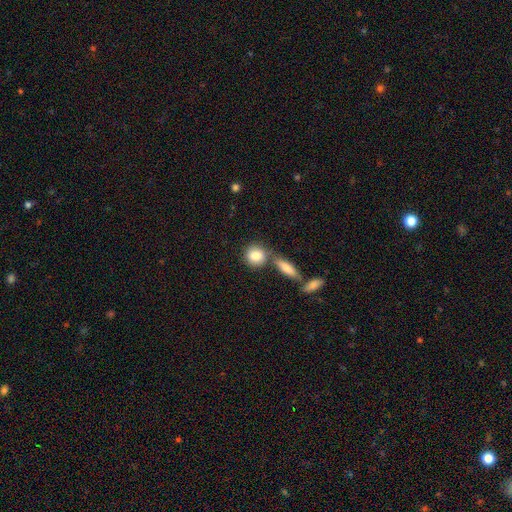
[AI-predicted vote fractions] Smooth or featured?
  - smooth: 84% *
  - featured or disk: 9%
  - star or artifact: 7%
How rounded?
  - round: 68% *
  - in between: 28%
  - cigar-shaped: 4%
Merging?
  - none: 55% *
  - merger: 29%
  - minor disturbance: 12%
  - major disturbance: 4%